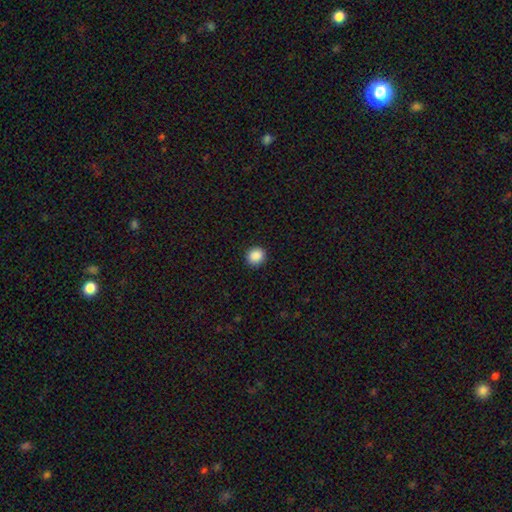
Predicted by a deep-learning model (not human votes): Smooth or featured: smooth — 89% (star or artifact — 9%)
How rounded: round — 87% (in between — 13%)
Merging: none — 91% (minor disturbance — 6%)